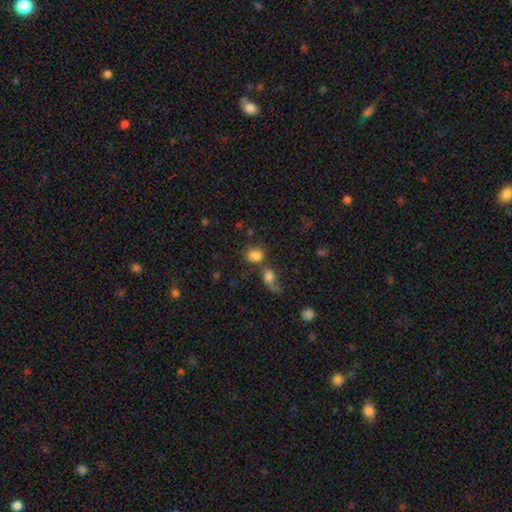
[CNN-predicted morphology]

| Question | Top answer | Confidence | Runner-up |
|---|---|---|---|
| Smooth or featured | smooth | 78% | star or artifact (12%) |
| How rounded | in between | 60% | round (38%) |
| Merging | merger | 48% | none (33%) |